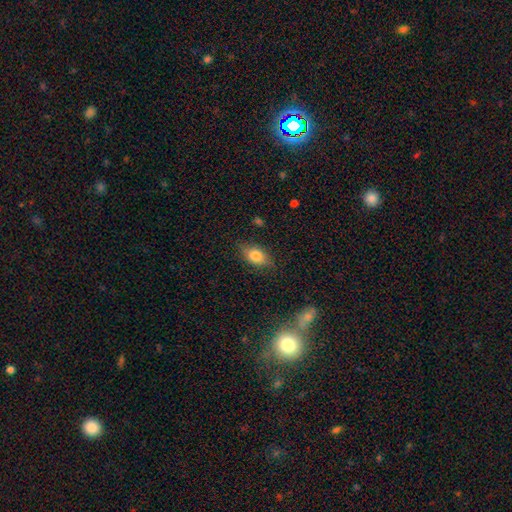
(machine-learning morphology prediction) Overall: smooth (78%). How rounded: in between (79%). Merging: none (78%).